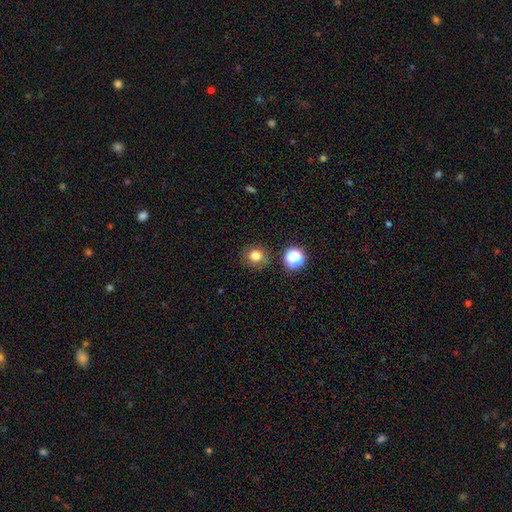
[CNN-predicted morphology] Q: Smooth or featured?
A: smooth (79%); runner-up: star or artifact (15%)
Q: How rounded?
A: round (86%); runner-up: in between (13%)
Q: Merging?
A: none (84%); runner-up: minor disturbance (9%)